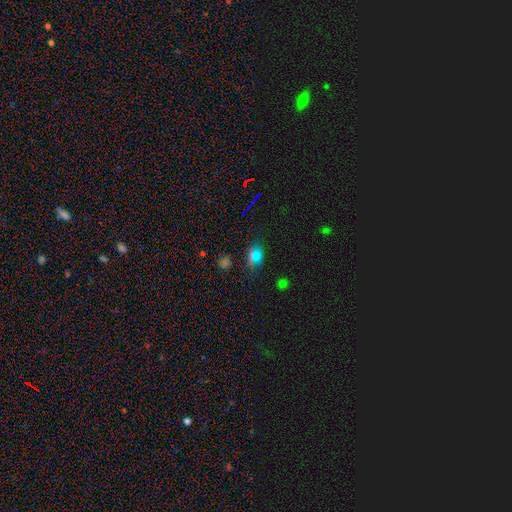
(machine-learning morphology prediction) A smooth galaxy with no disk features (54%) that is in between round and cigar-shaped (69%).

Vote fractions:
- Smooth or featured? smooth: 54% / star or artifact: 37% / featured or disk: 10%
- How rounded? in between: 69% / round: 26% / cigar-shaped: 5%
- Merging? none: 74% / minor disturbance: 15% / major disturbance: 6% / merger: 5%